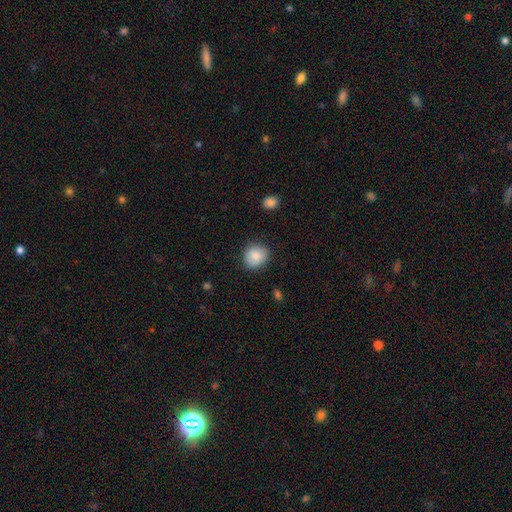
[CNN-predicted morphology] A smooth galaxy with no disk features (83%) that is round (77%). Merging: none (83%).